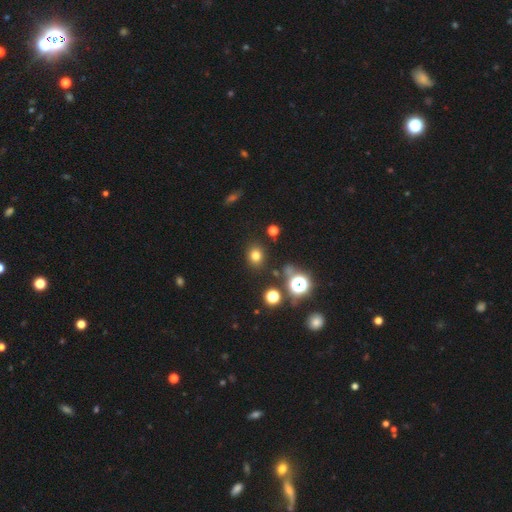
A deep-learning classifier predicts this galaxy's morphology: smooth_or_featured: smooth (p=0.74) [alt: star or artifact p=0.19]
how_rounded: round (p=0.70) [alt: in between p=0.29]
merging: none (p=0.85) [alt: minor disturbance p=0.09]